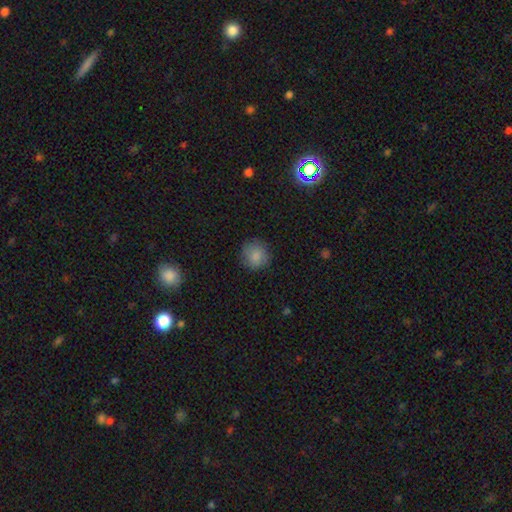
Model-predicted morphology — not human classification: Q: Smooth or featured?
A: smooth (85%); runner-up: star or artifact (9%)
Q: How rounded?
A: round (90%); runner-up: in between (9%)
Q: Merging?
A: none (83%); runner-up: minor disturbance (12%)